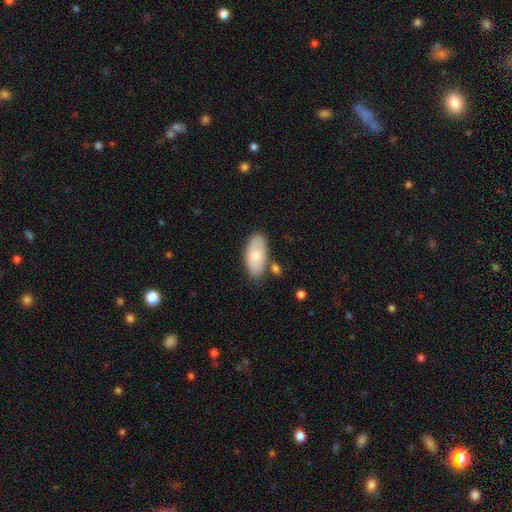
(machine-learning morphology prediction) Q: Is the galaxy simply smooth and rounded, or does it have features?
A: smooth — 79%.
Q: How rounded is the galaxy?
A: in between — 91%.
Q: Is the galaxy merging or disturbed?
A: none — 75%.